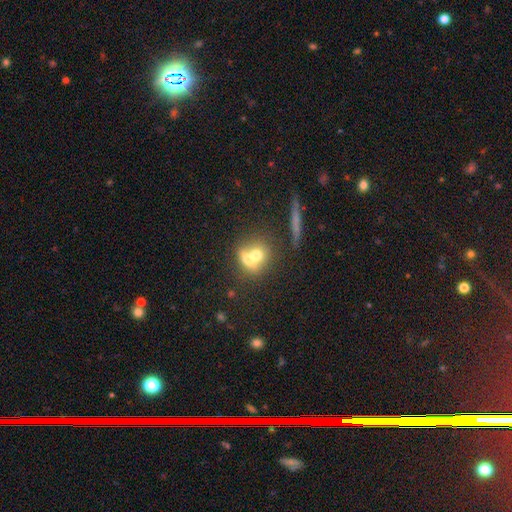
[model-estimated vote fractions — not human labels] This appears to be a smooth galaxy with no disk features (62%) that is round (68%). Merging: merger (64%).